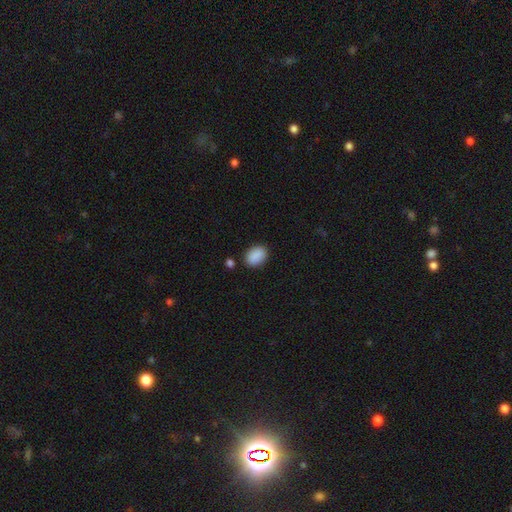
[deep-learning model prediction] A smooth galaxy with no disk features (89%) that is in between round and cigar-shaped (78%). Merging: none (84%).